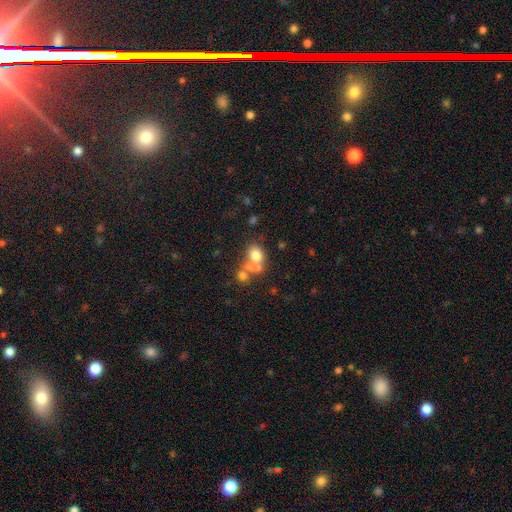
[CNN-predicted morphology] Overall: smooth (74%). How rounded: in between (55%; round 44%). Merging: merger (43%; none 35%).